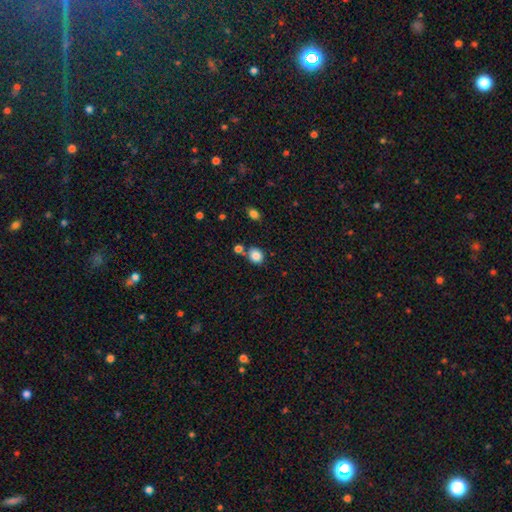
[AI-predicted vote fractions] This is clearly a smooth galaxy (85%). How rounded: possibly round (59%). Merging: likely none (70%).